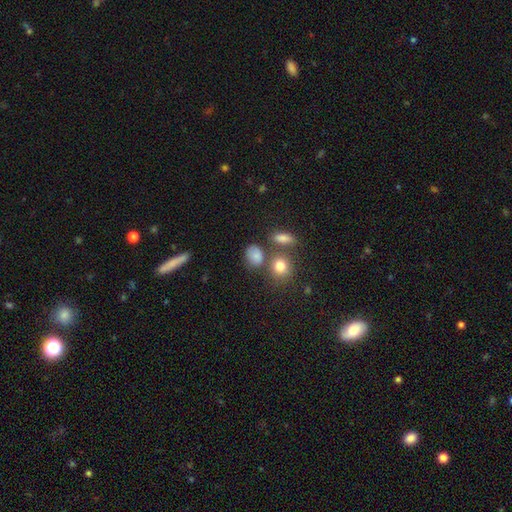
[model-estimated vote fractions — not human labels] Smooth or featured?
  - smooth: 79% *
  - star or artifact: 12%
  - featured or disk: 8%
How rounded?
  - round: 51% *
  - in between: 47%
  - cigar-shaped: 2%
Merging?
  - none: 60% *
  - minor disturbance: 17%
  - merger: 16%
  - major disturbance: 7%